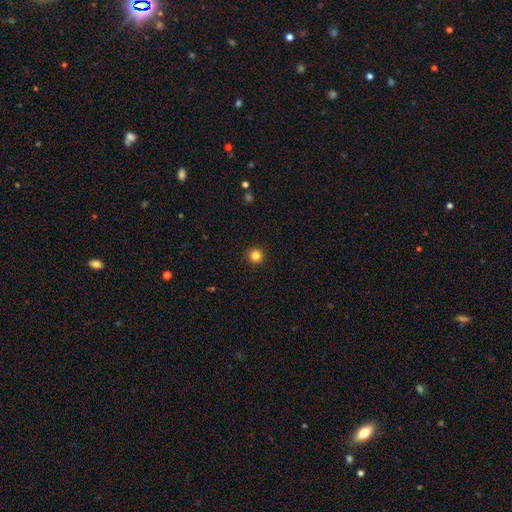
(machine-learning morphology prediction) type=smooth (83%); roundness=round (96%); merging=none (93%).